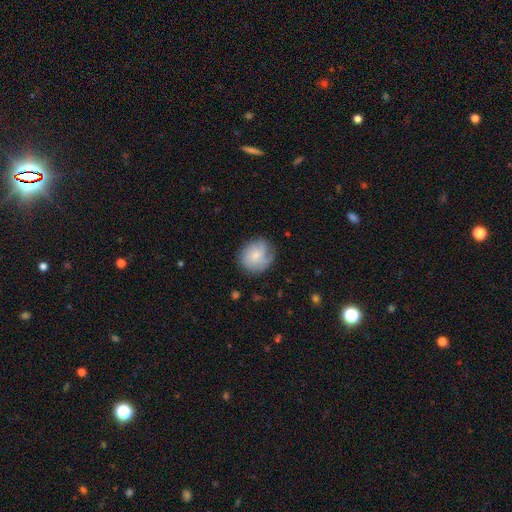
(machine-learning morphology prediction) Smooth or featured? smooth (47%)
Merging? none (72%)